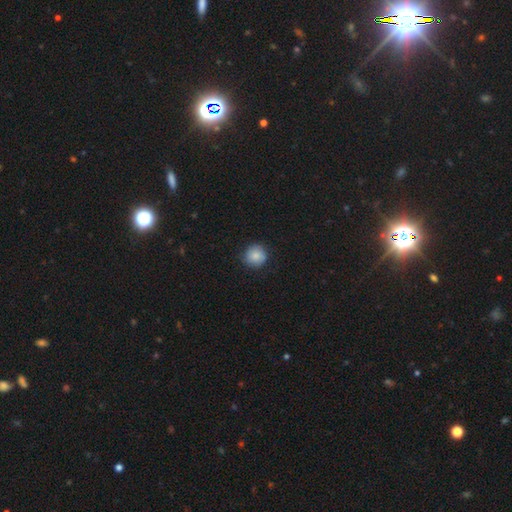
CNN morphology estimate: This appears to be a smooth galaxy with no disk features (84%) that is round (92%). Merging: none (84%).